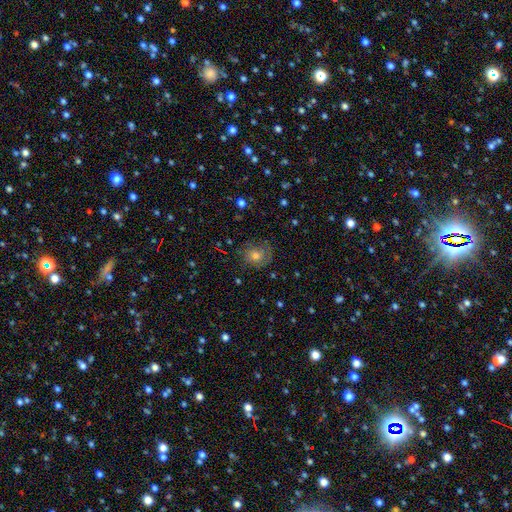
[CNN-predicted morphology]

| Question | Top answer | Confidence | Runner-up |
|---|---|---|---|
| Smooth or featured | smooth | 52% | featured or disk (33%) |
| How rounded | round | 77% | in between (22%) |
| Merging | none | 70% | minor disturbance (19%) |